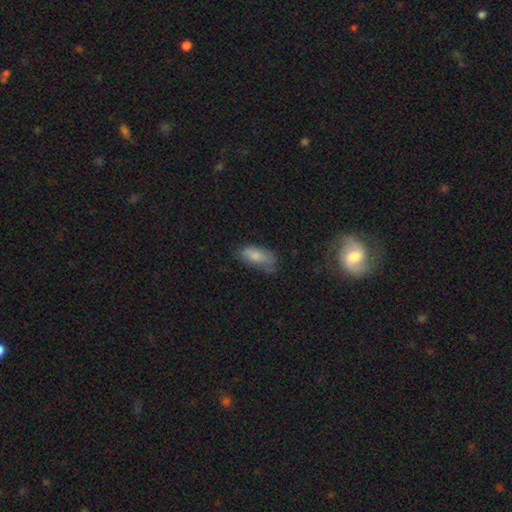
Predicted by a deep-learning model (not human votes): A smooth galaxy with no disk features (74%) that is in between round and cigar-shaped (85%).

Vote fractions:
- Smooth or featured? smooth: 74% / featured or disk: 17% / star or artifact: 8%
- How rounded? in between: 85% / cigar-shaped: 12% / round: 3%
- Merging? none: 50% / minor disturbance: 34% / major disturbance: 14% / merger: 3%